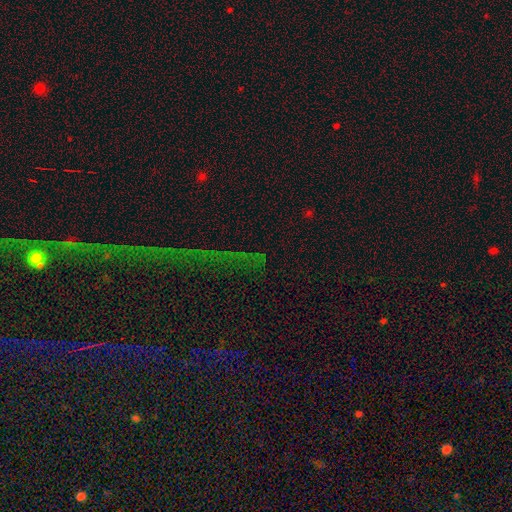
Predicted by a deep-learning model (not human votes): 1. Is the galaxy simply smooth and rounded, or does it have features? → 79% star or artifact, 11% smooth, 10% featured or disk.